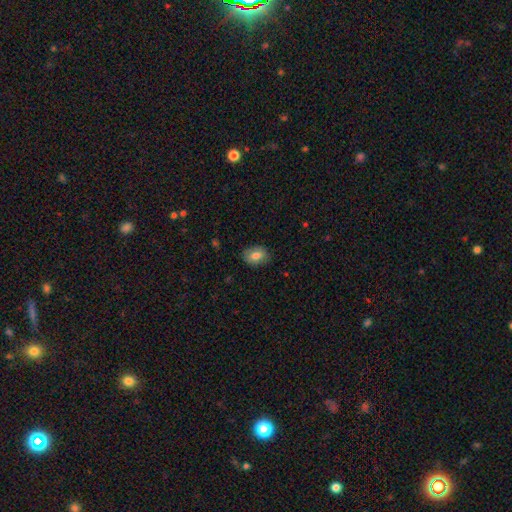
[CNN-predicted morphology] Smooth or featured? Predicted: smooth (p=0.79). How rounded? Predicted: in between (p=0.79). Merging? Predicted: none (p=0.83).